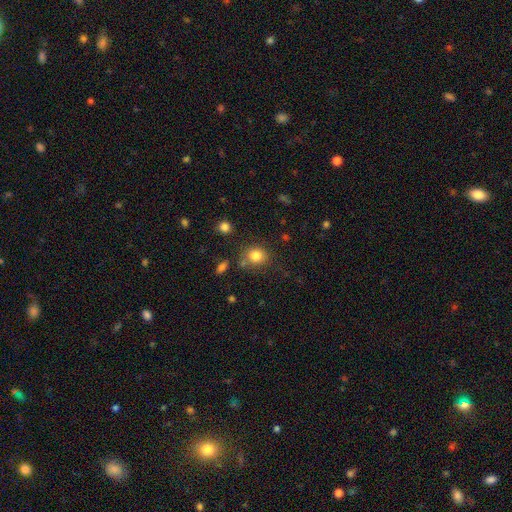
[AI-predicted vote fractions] Q: Smooth or featured?
A: smooth (82%); runner-up: star or artifact (11%)
Q: How rounded?
A: round (77%); runner-up: in between (22%)
Q: Merging?
A: none (73%); runner-up: minor disturbance (14%)